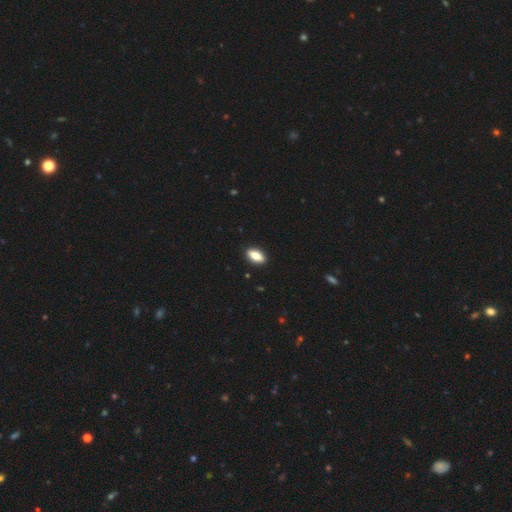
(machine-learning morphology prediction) type=smooth (79%); roundness=in between (87%); merging=none (90%).